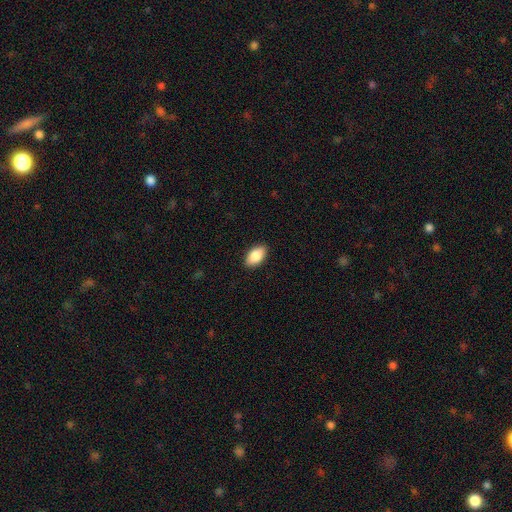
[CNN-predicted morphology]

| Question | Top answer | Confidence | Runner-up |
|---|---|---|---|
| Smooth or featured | smooth | 86% | featured or disk (8%) |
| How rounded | in between | 93% | round (4%) |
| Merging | none | 89% | minor disturbance (8%) |